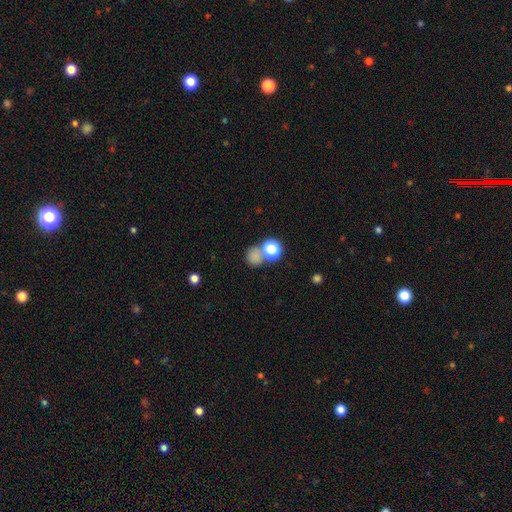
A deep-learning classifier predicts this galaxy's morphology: smooth 71%, star or artifact 21%, featured or disk 8%. Down the decision tree: how rounded — round (81%); merging — none (51%).